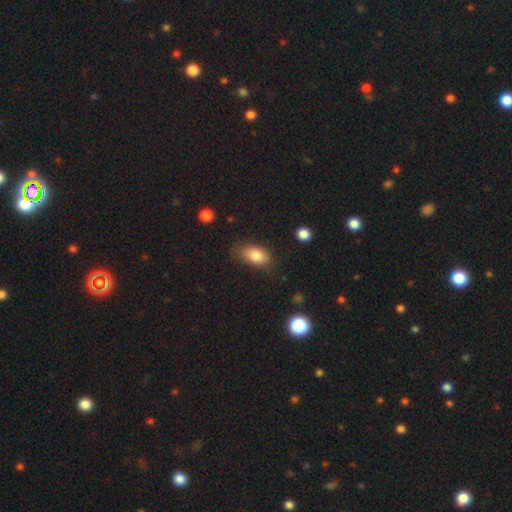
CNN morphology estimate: Overall: smooth (82%). How rounded: in between (89%). Merging: none (70%).